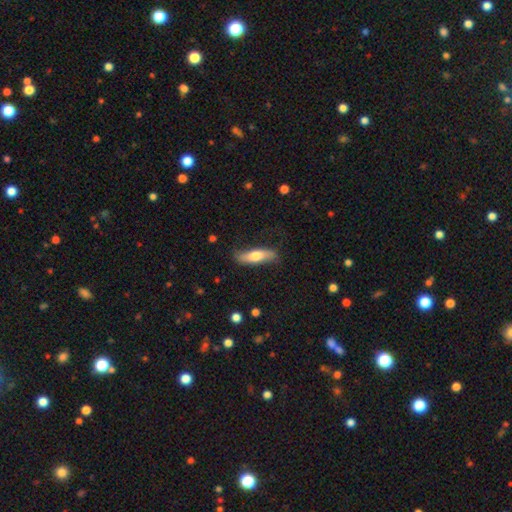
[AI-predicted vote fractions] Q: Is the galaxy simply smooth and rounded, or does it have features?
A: smooth — 61%.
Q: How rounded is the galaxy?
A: cigar-shaped — 58%.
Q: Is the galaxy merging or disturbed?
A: none — 75%.